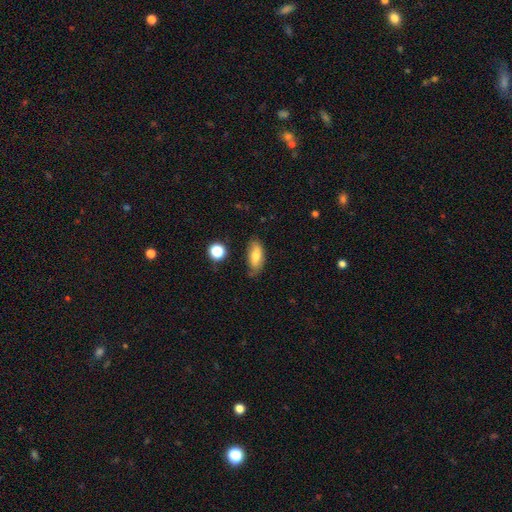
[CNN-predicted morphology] Smooth or featured? Predicted: smooth (p=0.74). How rounded? Predicted: in between (p=0.83). Merging? Predicted: none (p=0.74).